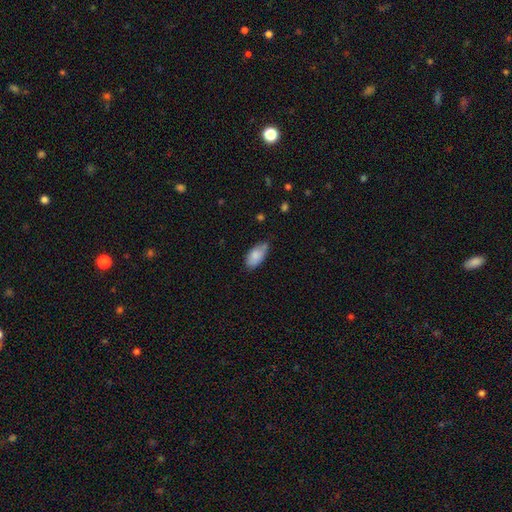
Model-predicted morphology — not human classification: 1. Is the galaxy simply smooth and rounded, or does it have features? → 84% smooth, 9% featured or disk, 7% star or artifact.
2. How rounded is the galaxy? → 91% in between, 6% cigar-shaped, 3% round.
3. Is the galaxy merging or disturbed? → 60% none, 32% minor disturbance, 5% major disturbance, 3% merger.